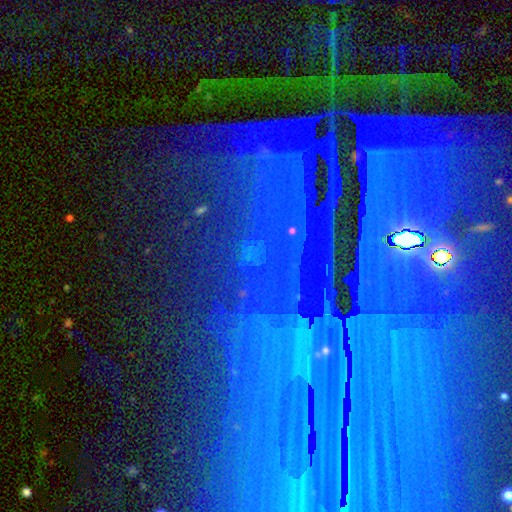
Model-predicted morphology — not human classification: smooth_or_featured: star or artifact (p=0.76) [alt: featured or disk p=0.14]